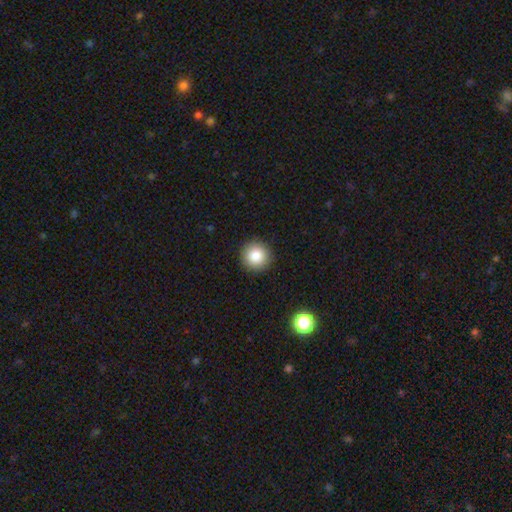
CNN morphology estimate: This is clearly a smooth galaxy (85%). How rounded: clearly round (95%). Merging: clearly none (92%).